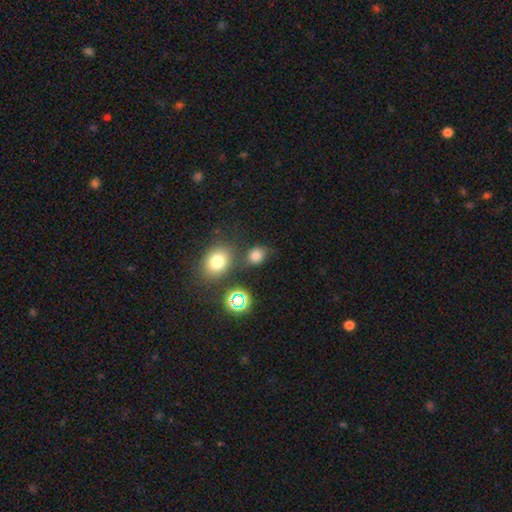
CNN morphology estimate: smooth-or-featured: smooth: 73% | star or artifact: 20% | featured or disk: 7%
  how-rounded: round: 55% | in between: 44% | cigar-shaped: 1%
  merging: none: 73% | minor disturbance: 12% | merger: 10% | major disturbance: 4%